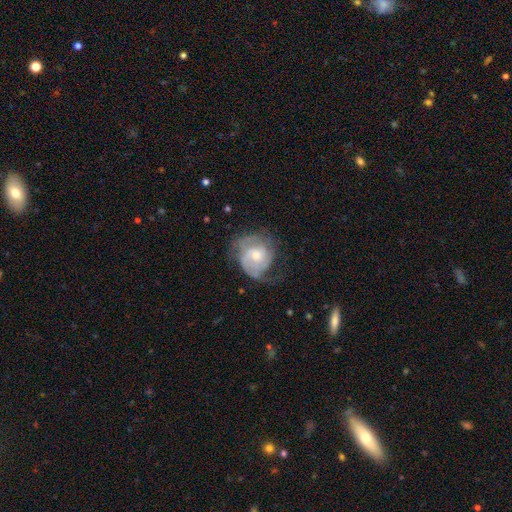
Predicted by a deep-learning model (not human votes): smooth_or_featured: featured or disk (p=0.73) [alt: smooth p=0.21]
disk_edge_on: no (p=0.98) [alt: yes p=0.02]
bar: no (p=0.70) [alt: weak p=0.26]
has_spiral_arms: yes (p=0.88) [alt: no p=0.12]
spiral_winding: tight (p=0.47) [alt: medium p=0.37]
spiral_arm_count: 2 (p=0.43) [alt: can't tell p=0.28]
bulge_size: moderate (p=0.53) [alt: small p=0.39]
merging: none (p=0.48) [alt: minor disturbance p=0.27]